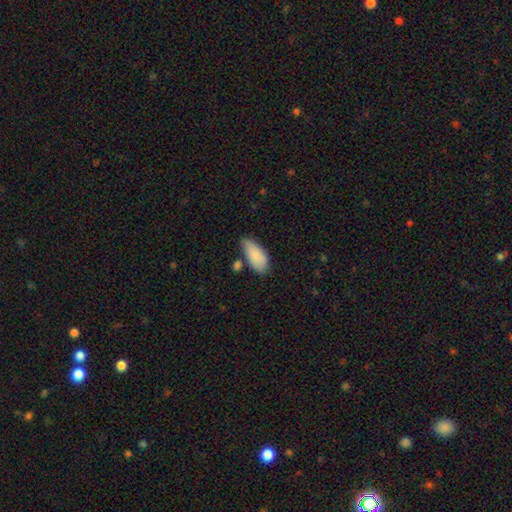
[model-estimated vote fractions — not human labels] smooth_or_featured: smooth (p=0.86) [alt: featured or disk p=0.08]
how_rounded: in between (p=0.90) [alt: cigar-shaped p=0.08]
merging: none (p=0.54) [alt: minor disturbance p=0.29]